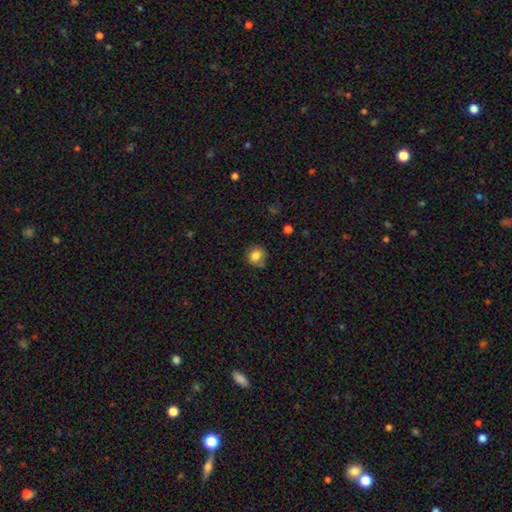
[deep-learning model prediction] smooth_or_featured: smooth (p=0.82) [alt: star or artifact p=0.10]
how_rounded: round (p=0.78) [alt: in between p=0.22]
merging: none (p=0.71) [alt: minor disturbance p=0.20]